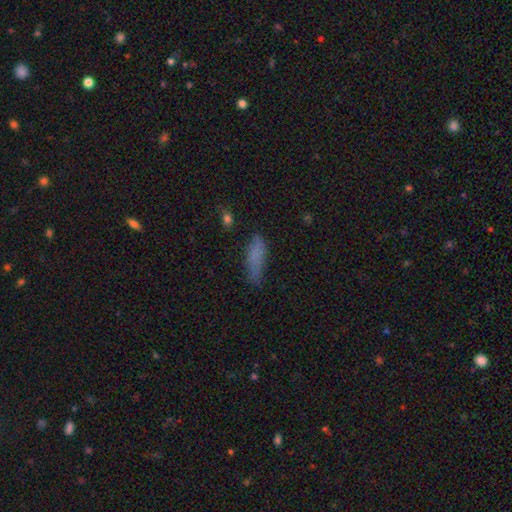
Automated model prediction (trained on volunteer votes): A smooth galaxy with no disk features (77%) that is cigar-shaped (54%).

Vote fractions:
- Smooth or featured? smooth: 77% / featured or disk: 13% / star or artifact: 11%
- How rounded? cigar-shaped: 54% / in between: 44% / round: 2%
- Merging? none: 62% / minor disturbance: 27% / major disturbance: 9% / merger: 3%